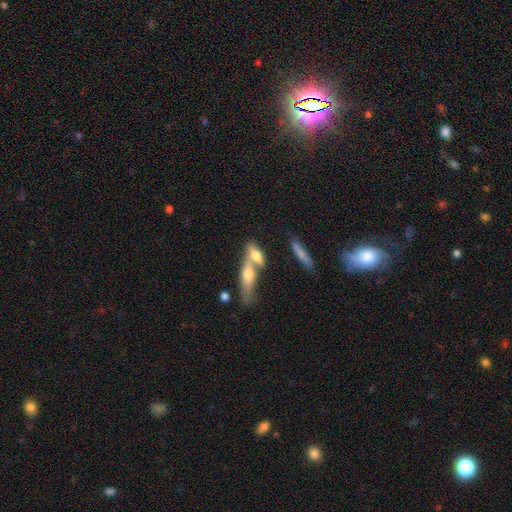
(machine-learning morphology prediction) Q: Smooth or featured?
A: smooth (63%); runner-up: featured or disk (30%)
Q: How rounded?
A: in between (54%); runner-up: cigar-shaped (41%)
Q: Merging?
A: merger (54%); runner-up: none (33%)